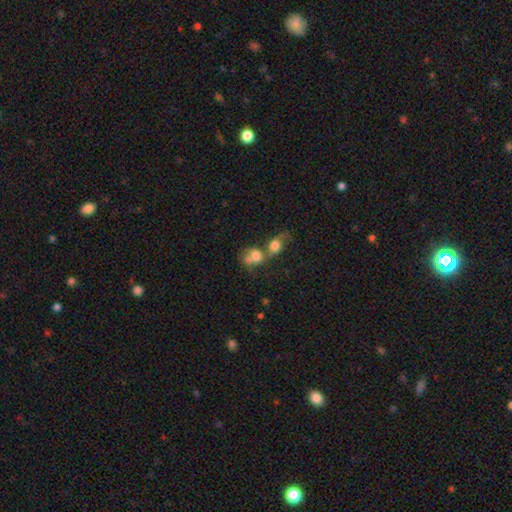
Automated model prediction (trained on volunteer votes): Q: Smooth or featured?
A: smooth (66%); runner-up: featured or disk (23%)
Q: How rounded?
A: round (49%); tied with: in between (49%)
Q: Merging?
A: merger (72%); runner-up: none (14%)